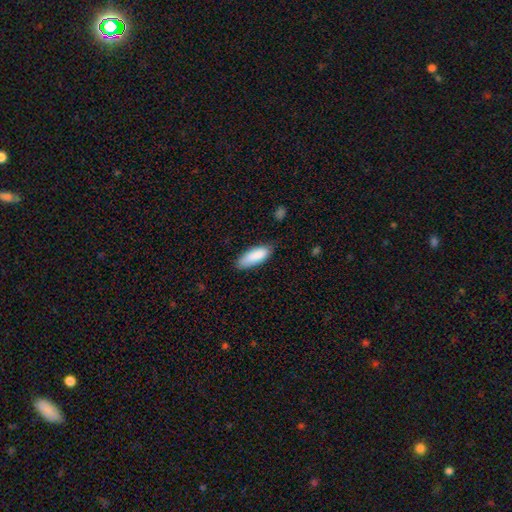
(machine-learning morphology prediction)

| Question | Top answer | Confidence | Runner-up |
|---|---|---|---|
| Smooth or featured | smooth | 87% | featured or disk (6%) |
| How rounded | in between | 73% | cigar-shaped (26%) |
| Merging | none | 71% | minor disturbance (24%) |